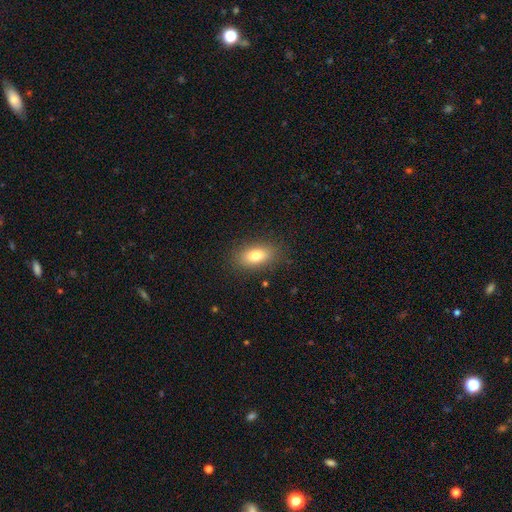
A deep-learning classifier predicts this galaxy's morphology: A smooth galaxy with no disk features (78%) that is in between round and cigar-shaped (86%).

Vote fractions:
- Smooth or featured? smooth: 78% / featured or disk: 13% / star or artifact: 9%
- How rounded? in between: 86% / round: 8% / cigar-shaped: 6%
- Merging? none: 87% / minor disturbance: 9% / major disturbance: 3% / merger: 1%